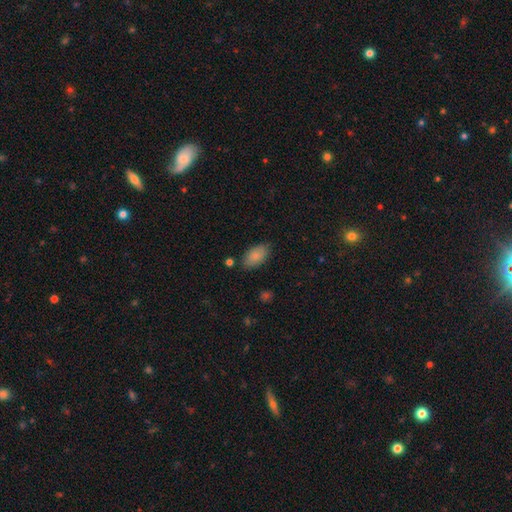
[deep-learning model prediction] Morphology: type=smooth (84%); roundness=in between (94%); merging=none (81%).